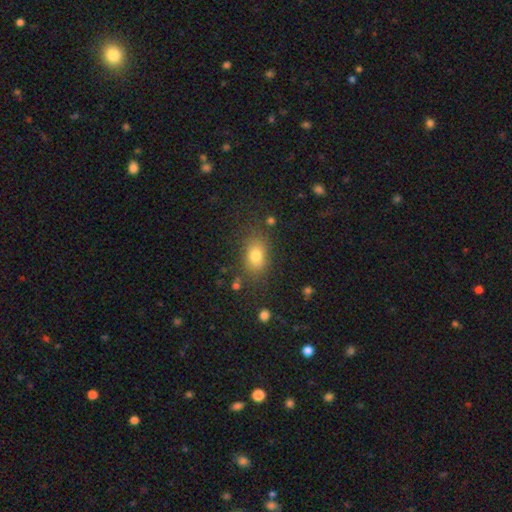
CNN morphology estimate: This is likely a smooth galaxy (78%). How rounded: likely in between (74%). Merging: likely none (77%).